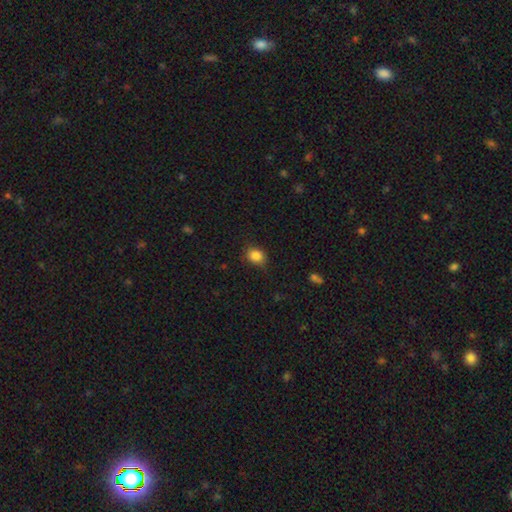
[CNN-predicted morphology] The model was most divided on "how rounded": round: 57%, in between: 42%, cigar-shaped: 1%. More confident: smooth or featured — smooth (86%); merging — none (75%).